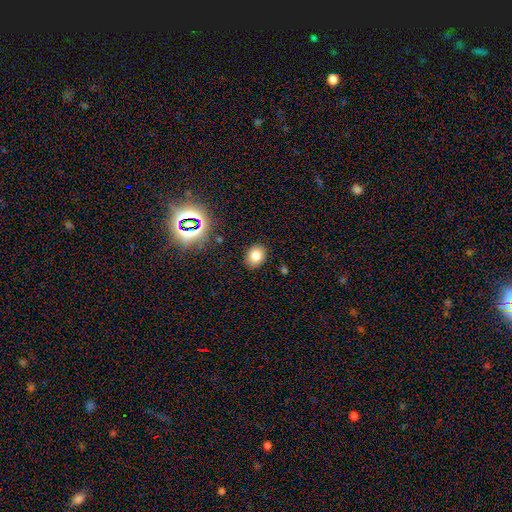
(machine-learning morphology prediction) This is likely a smooth galaxy (80%). How rounded: possibly in between (53%). Merging: clearly none (87%).